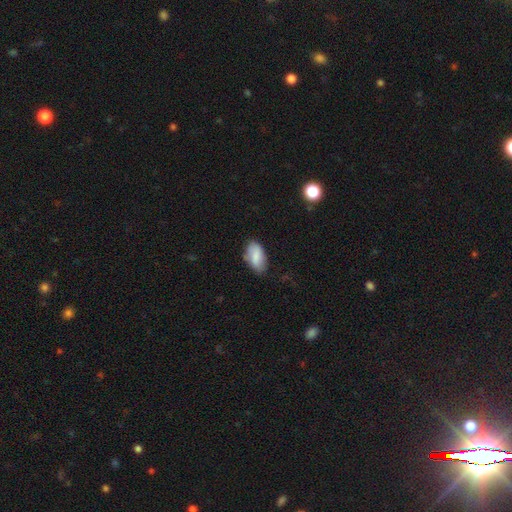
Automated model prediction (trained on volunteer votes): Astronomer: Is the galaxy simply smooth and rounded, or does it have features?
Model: smooth — 81%.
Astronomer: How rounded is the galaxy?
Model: in between — 94%.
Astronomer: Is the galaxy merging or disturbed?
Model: none — 69%.